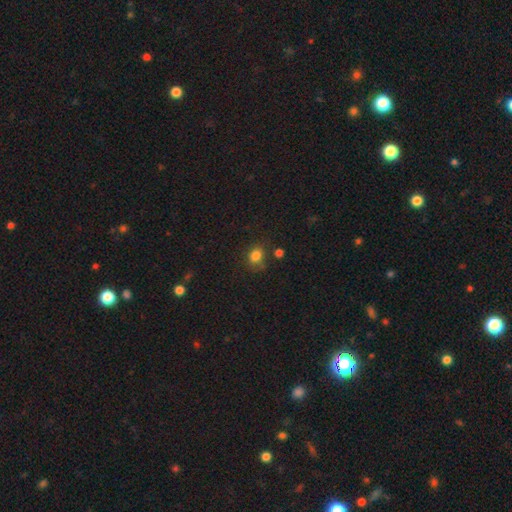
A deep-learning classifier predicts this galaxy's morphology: smooth-or-featured: smooth: 81% | star or artifact: 13% | featured or disk: 6%
  how-rounded: round: 62% | in between: 37% | cigar-shaped: 1%
  merging: none: 68% | minor disturbance: 19% | major disturbance: 7% | merger: 6%